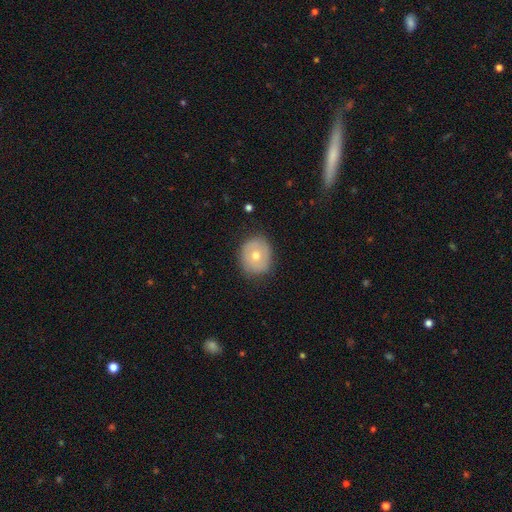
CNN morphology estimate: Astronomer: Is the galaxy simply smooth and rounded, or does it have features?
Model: smooth — 54% (runner-up: featured or disk, 37%).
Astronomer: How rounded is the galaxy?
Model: round — 73%.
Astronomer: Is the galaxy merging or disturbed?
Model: none — 80%.